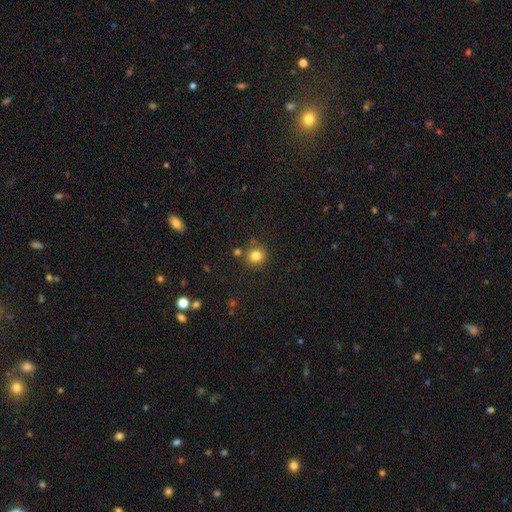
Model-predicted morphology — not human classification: This appears to be a smooth galaxy with no disk features (81%) that is round (92%). Merging: none (81%).